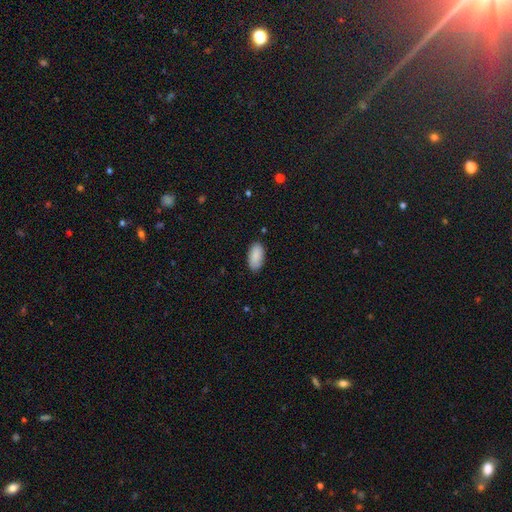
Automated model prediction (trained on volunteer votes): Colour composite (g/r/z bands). It shows a smooth galaxy with no disk features (89%) that is in between round and cigar-shaped (94%). Merging: none (86%).